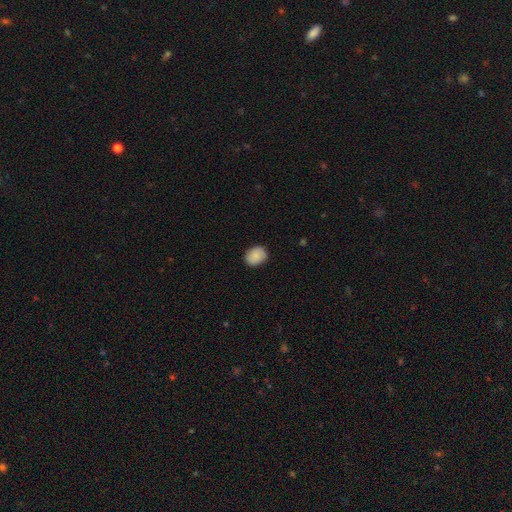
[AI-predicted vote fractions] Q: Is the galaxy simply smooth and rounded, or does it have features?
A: smooth — 89%.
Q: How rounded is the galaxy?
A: in between — 57%.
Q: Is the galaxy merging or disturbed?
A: none — 86%.